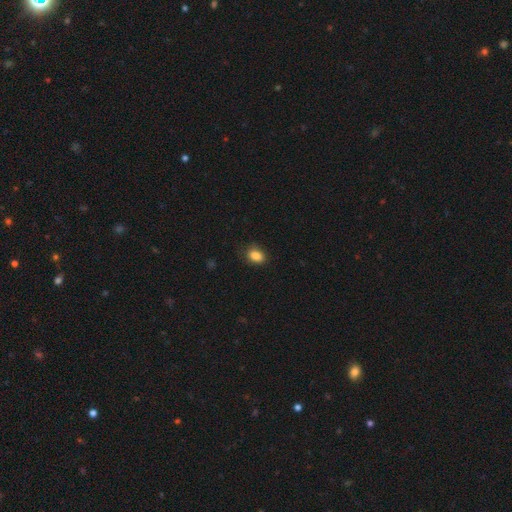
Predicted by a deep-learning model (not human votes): Morphology: type=smooth (87%); roundness=in between (71%); merging=none (80%).